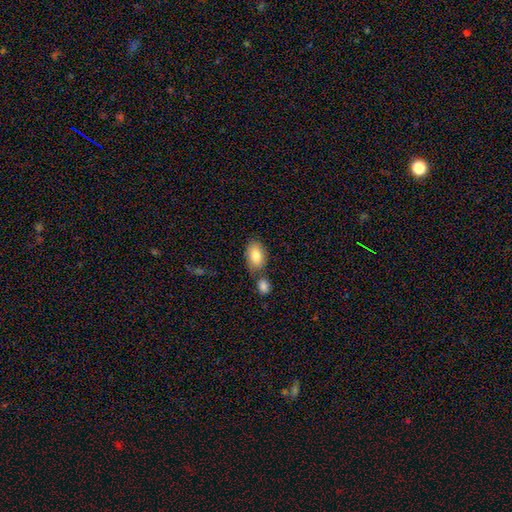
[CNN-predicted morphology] This is clearly a smooth galaxy (82%). How rounded: clearly in between (89%). Merging: likely none (62%).